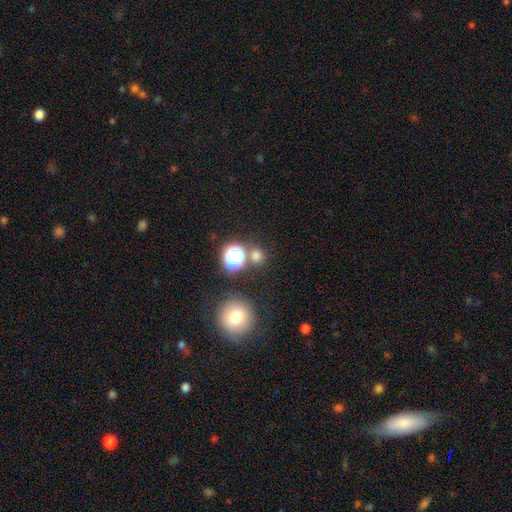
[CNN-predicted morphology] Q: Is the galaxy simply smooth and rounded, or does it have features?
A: smooth — 67%.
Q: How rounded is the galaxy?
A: round — 85%.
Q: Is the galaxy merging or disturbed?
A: none — 75%.